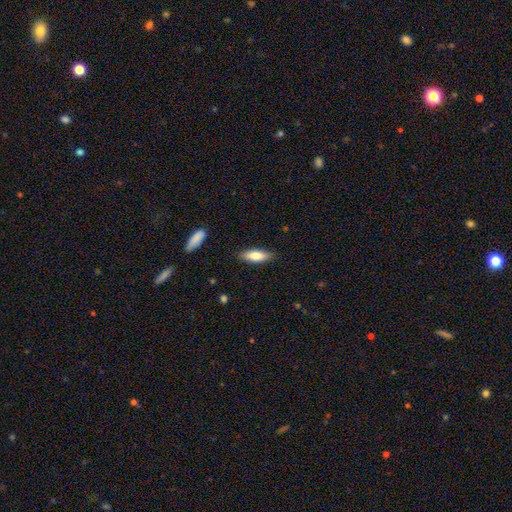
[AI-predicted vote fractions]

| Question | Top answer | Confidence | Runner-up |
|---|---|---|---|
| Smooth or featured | smooth | 81% | featured or disk (14%) |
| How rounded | in between | 60% | cigar-shaped (38%) |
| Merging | none | 86% | minor disturbance (10%) |